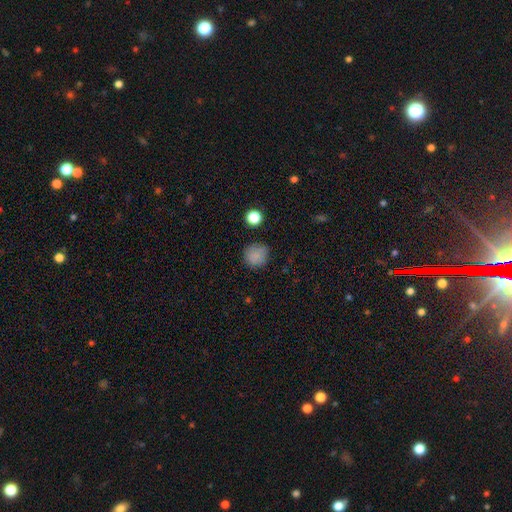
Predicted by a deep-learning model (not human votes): smooth 83%, star or artifact 12%, featured or disk 5%. Down the decision tree: how rounded — round (89%); merging — none (83%).